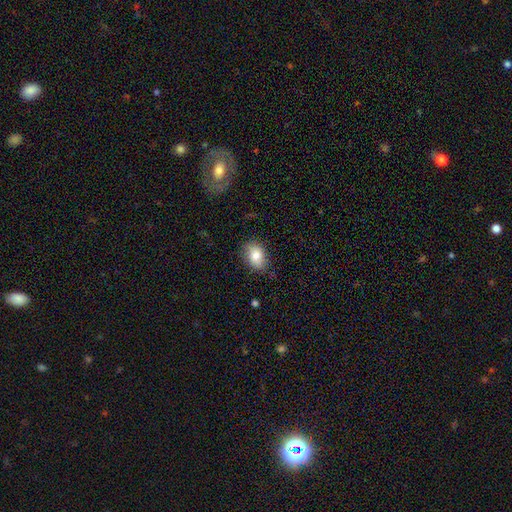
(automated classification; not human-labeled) The model was most divided on "how rounded": in between: 76%, round: 23%, cigar-shaped: 1%. More confident: smooth or featured — smooth (81%); merging — none (78%).